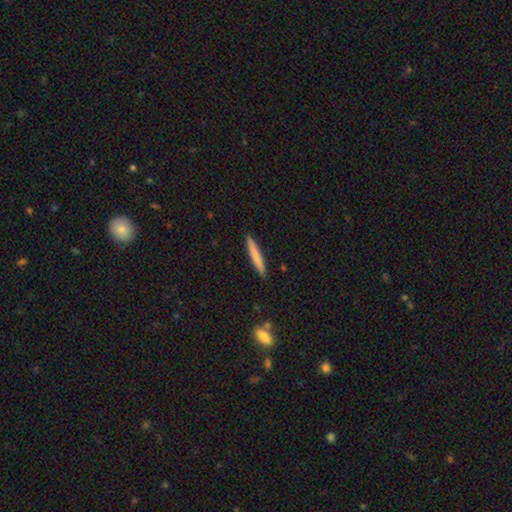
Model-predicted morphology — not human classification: smooth-or-featured: smooth: 75% | featured or disk: 19% | star or artifact: 5%
  how-rounded: cigar-shaped: 95% | in between: 3% | round: 1%
  merging: none: 91% | minor disturbance: 7% | major disturbance: 1% | merger: 1%